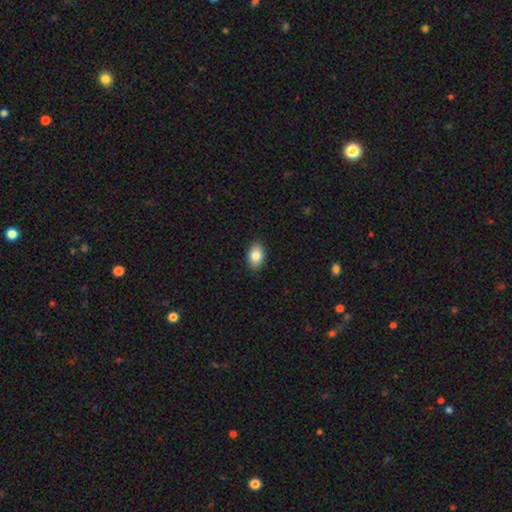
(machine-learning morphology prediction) Smooth or featured?
  - smooth: 84% *
  - featured or disk: 8%
  - star or artifact: 7%
How rounded?
  - in between: 88% *
  - round: 11%
  - cigar-shaped: 1%
Merging?
  - none: 89% *
  - minor disturbance: 9%
  - major disturbance: 2%
  - merger: 1%